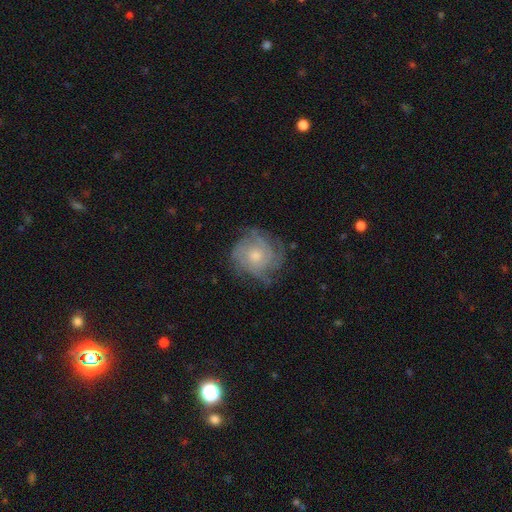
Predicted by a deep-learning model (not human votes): This appears to be a featured or disk galaxy (70%) with no bar (82%), tight (61%) spiral arms (88%) and a moderate central bulge (50%). Merging: none (69%).